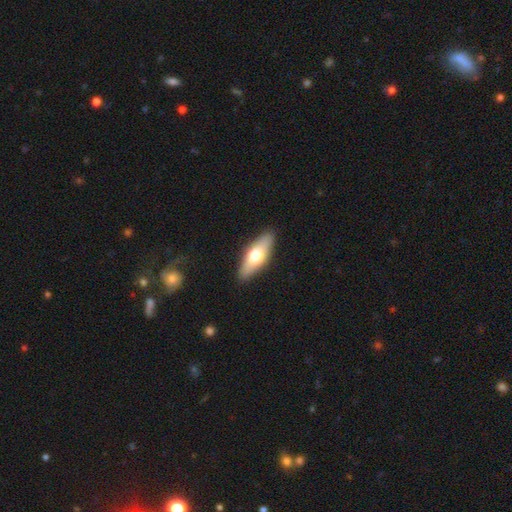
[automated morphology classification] Smooth or featured: smooth — 59% (featured or disk — 36%)
How rounded: in between — 61% (cigar-shaped — 37%)
Merging: none — 88% (minor disturbance — 9%)